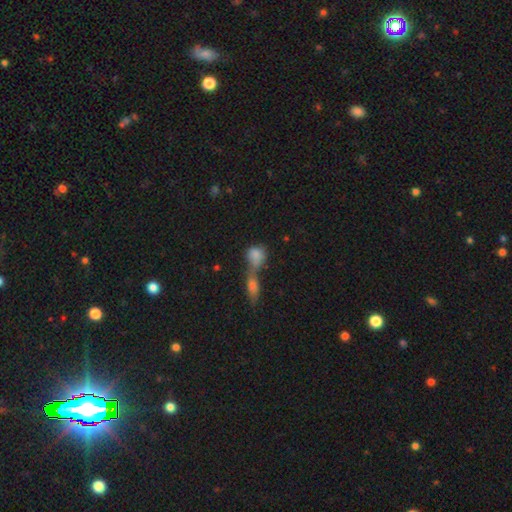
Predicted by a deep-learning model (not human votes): Smooth or featured? Predicted: smooth (p=0.79). How rounded? Predicted: round (p=0.59). Merging? Predicted: merger (p=0.65).